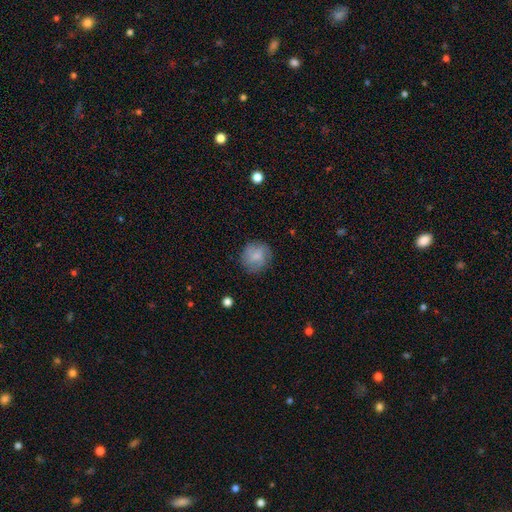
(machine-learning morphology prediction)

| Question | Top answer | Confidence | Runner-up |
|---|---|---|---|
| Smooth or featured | smooth | 80% | featured or disk (13%) |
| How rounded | round | 90% | in between (9%) |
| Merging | none | 81% | minor disturbance (14%) |